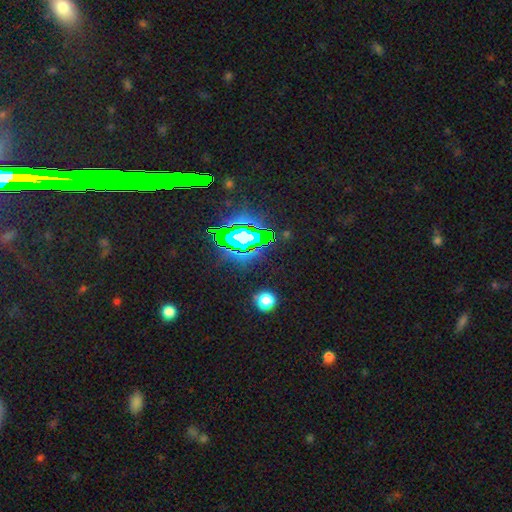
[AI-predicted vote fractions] star or artifact 80%, smooth 11%, featured or disk 9%.